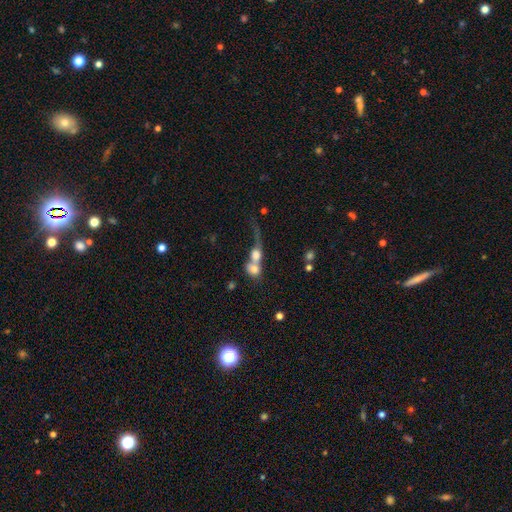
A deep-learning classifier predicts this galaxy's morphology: Smooth or featured? Predicted: smooth (p=0.65). How rounded? Predicted: round (p=0.60). Merging? Predicted: merger (p=0.74).